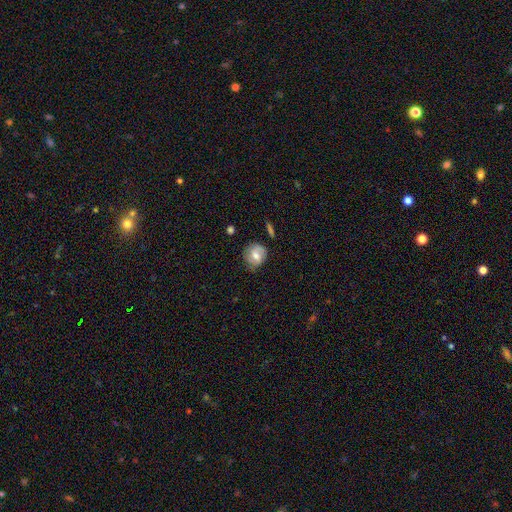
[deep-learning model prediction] The model was most divided on "smooth or featured": smooth: 57%, featured or disk: 35%, star or artifact: 8%. More confident: how rounded — round (73%); merging — none (67%).